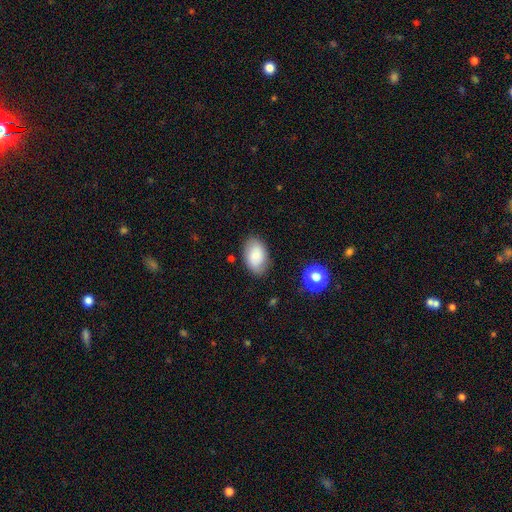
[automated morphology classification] The model was most divided on "smooth or featured": smooth: 78%, featured or disk: 13%, star or artifact: 8%. More confident: how rounded — in between (91%); merging — none (80%).